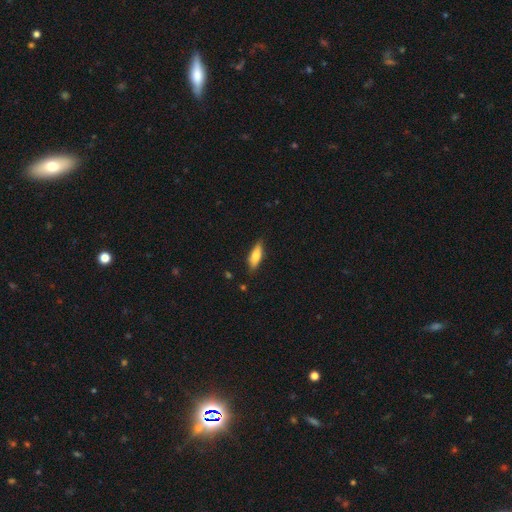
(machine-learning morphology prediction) Smooth or featured?
  - smooth: 70% *
  - featured or disk: 24%
  - star or artifact: 6%
How rounded?
  - in between: 56% *
  - cigar-shaped: 41%
  - round: 2%
Merging?
  - none: 83% *
  - minor disturbance: 14%
  - major disturbance: 2%
  - merger: 1%